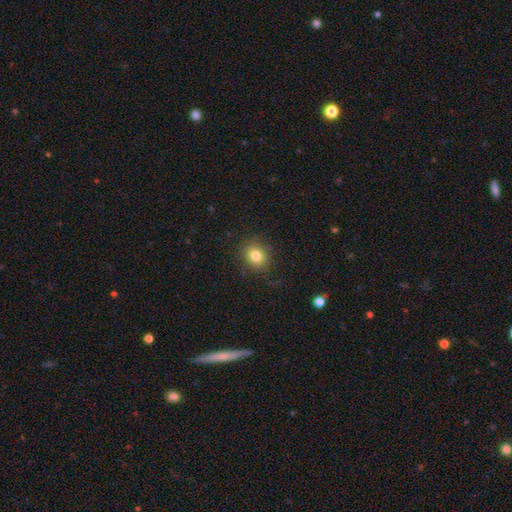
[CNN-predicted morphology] smooth 81%, star or artifact 11%, featured or disk 7%. Down the decision tree: how rounded — round (66%); merging — none (85%).